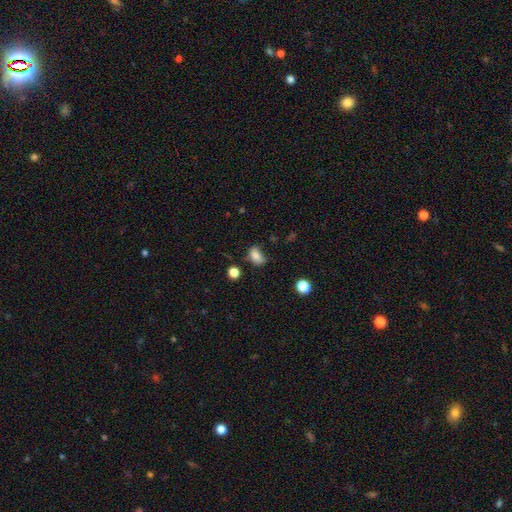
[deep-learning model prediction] A smooth galaxy with no disk features (81%) that is in between round and cigar-shaped (81%). Merging: none (54%).